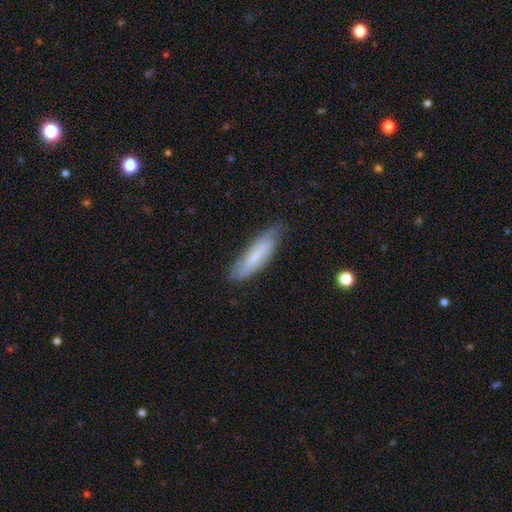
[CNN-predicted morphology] A smooth galaxy with no disk features (61%) that is cigar-shaped (68%).

Vote fractions:
- Smooth or featured? smooth: 61% / featured or disk: 32% / star or artifact: 7%
- How rounded? cigar-shaped: 68% / in between: 31% / round: 2%
- Merging? none: 76% / minor disturbance: 19% / major disturbance: 4% / merger: 1%